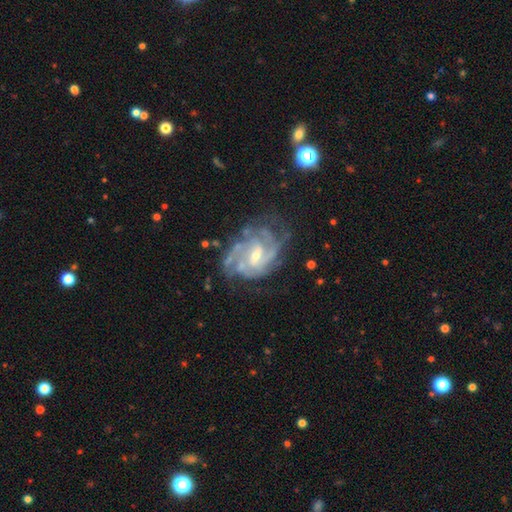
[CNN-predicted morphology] Smooth or featured? Predicted: featured or disk (p=0.89). Edge-on disk? Predicted: no (p=0.97). Bar? Predicted: weak (p=0.55). Spiral arms? Predicted: yes (p=0.95). Spiral winding? Predicted: tight (p=0.50). Spiral arm count? Predicted: 2 (p=0.28). Bulge size? Predicted: small (p=0.56). Merging? Predicted: none (p=0.63).